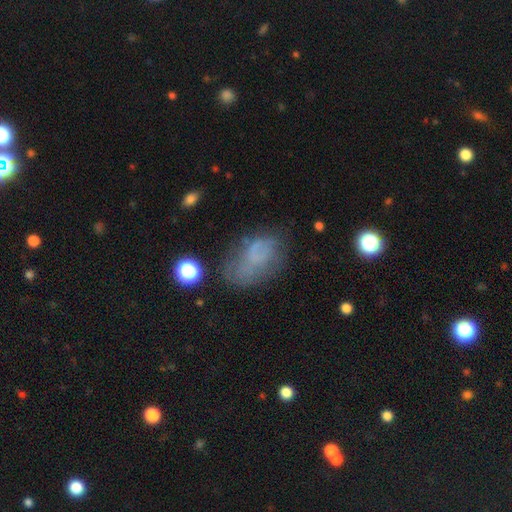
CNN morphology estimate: Overall: smooth (49%; featured or disk 35%). Merging: none (47%; minor disturbance 27%).